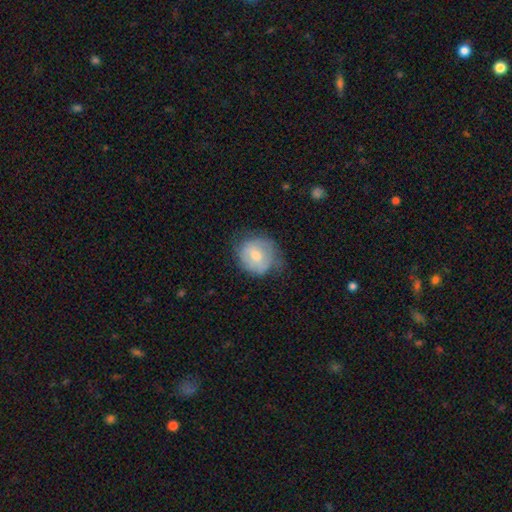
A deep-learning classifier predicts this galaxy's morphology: Smooth or featured? Predicted: smooth (p=0.60). How rounded? Predicted: round (p=0.78). Merging? Predicted: none (p=0.54).